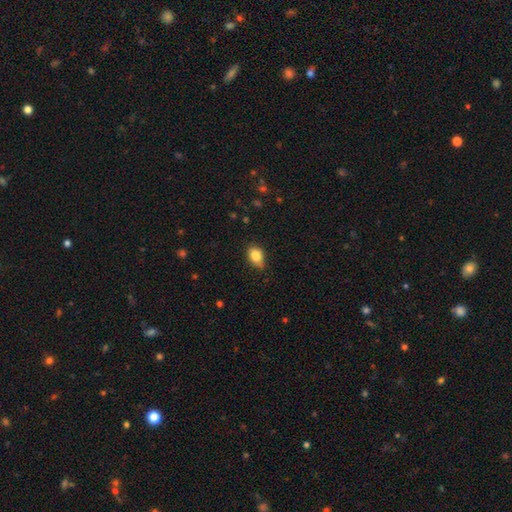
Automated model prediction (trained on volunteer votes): Morphology: type=smooth (83%); roundness=in between (77%); merging=none (63%).